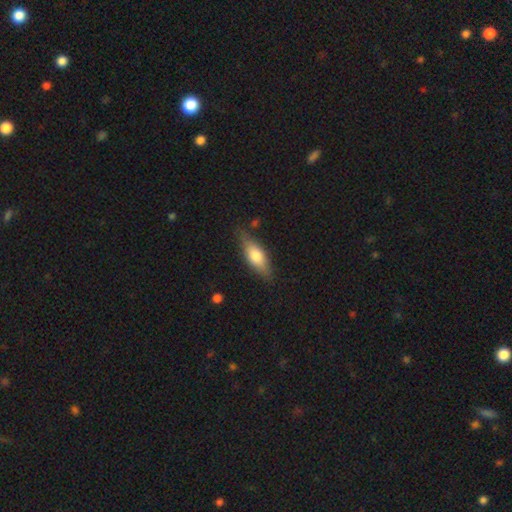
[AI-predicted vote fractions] A smooth galaxy with no disk features (63%) that is in between round and cigar-shaped (63%). Merging: none (79%).